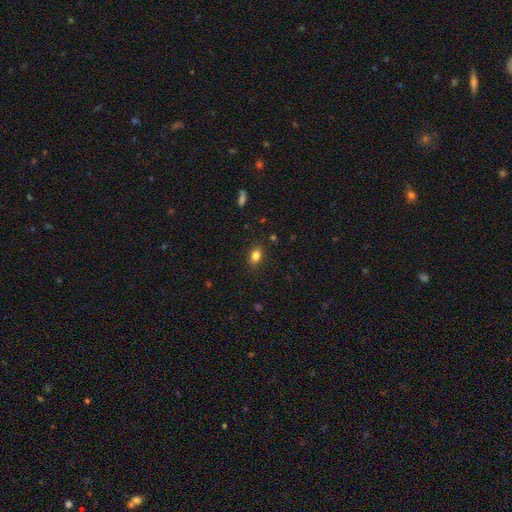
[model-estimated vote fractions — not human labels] smooth 83%, star or artifact 11%, featured or disk 6%. Down the decision tree: how rounded — in between (78%); merging — none (86%).